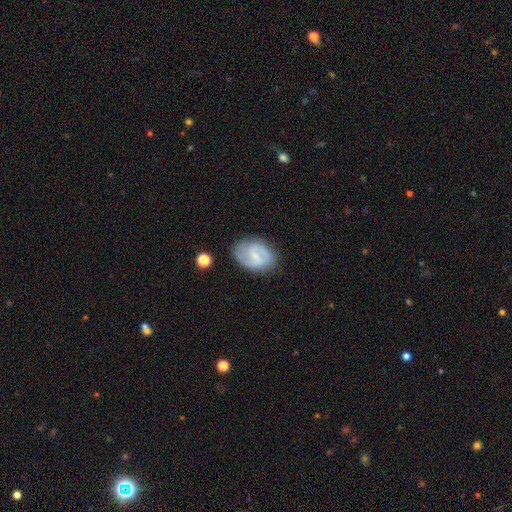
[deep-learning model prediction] smooth_or_featured: featured or disk (p=0.67) [alt: smooth p=0.26]
disk_edge_on: no (p=0.97) [alt: yes p=0.03]
bar: weak (p=0.52) [alt: strong p=0.30]
has_spiral_arms: yes (p=0.85) [alt: no p=0.15]
spiral_winding: medium (p=0.46) [alt: loose p=0.29]
spiral_arm_count: 2 (p=0.80) [alt: can't tell p=0.11]
bulge_size: small (p=0.52) [alt: none p=0.31]
merging: none (p=0.73) [alt: minor disturbance p=0.19]